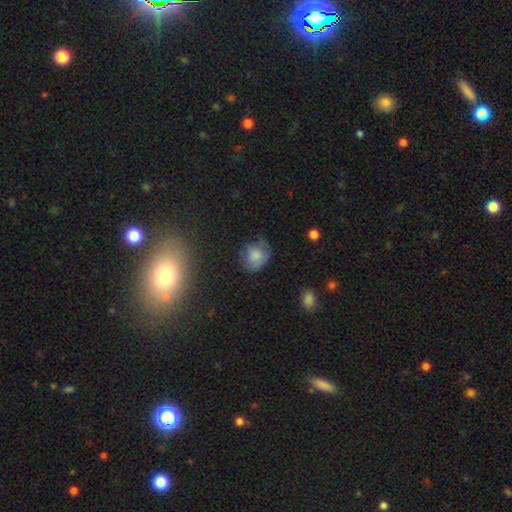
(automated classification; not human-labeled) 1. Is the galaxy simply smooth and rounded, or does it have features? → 76% smooth, 13% featured or disk, 11% star or artifact.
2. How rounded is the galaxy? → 65% round, 34% in between, 1% cigar-shaped.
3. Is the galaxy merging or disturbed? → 58% none, 30% minor disturbance, 11% major disturbance, 2% merger.